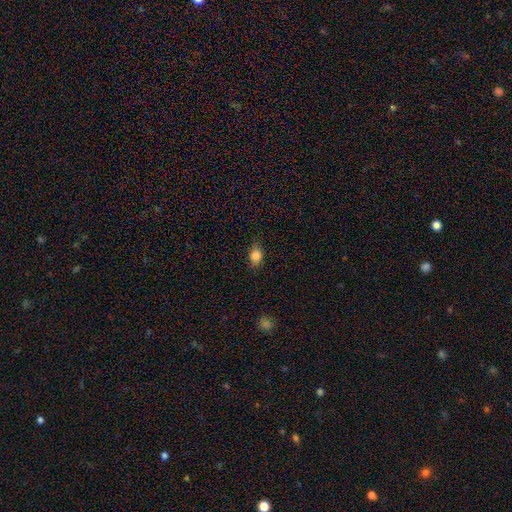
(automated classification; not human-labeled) This appears to be a smooth galaxy with no disk features (84%) that is in between round and cigar-shaped (70%). Merging: none (76%).